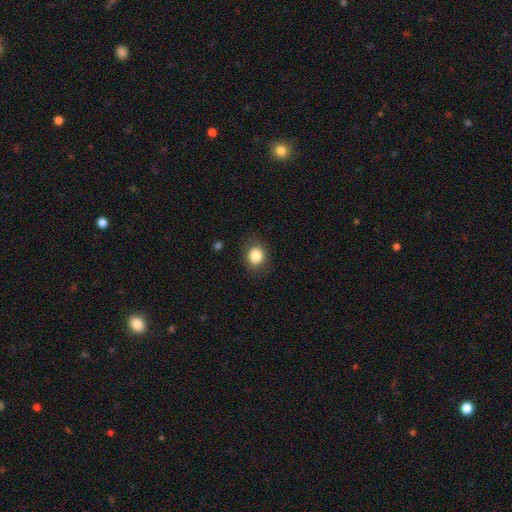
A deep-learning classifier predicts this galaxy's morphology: type=smooth (84%); roundness=round (69%); merging=none (85%).